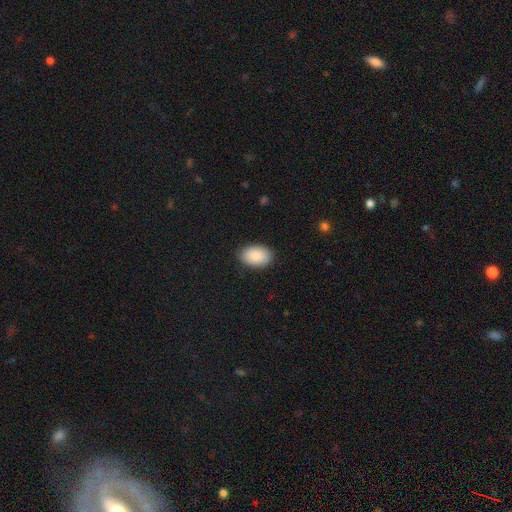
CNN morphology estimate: Smooth or featured? Predicted: smooth (p=0.89). How rounded? Predicted: in between (p=0.90). Merging? Predicted: none (p=0.87).